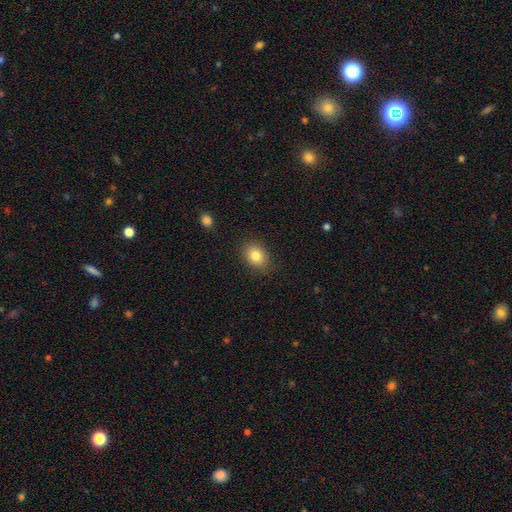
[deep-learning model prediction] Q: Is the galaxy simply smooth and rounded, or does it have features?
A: smooth — 83%.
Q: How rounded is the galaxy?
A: in between — 56%.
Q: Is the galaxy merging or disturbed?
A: none — 84%.